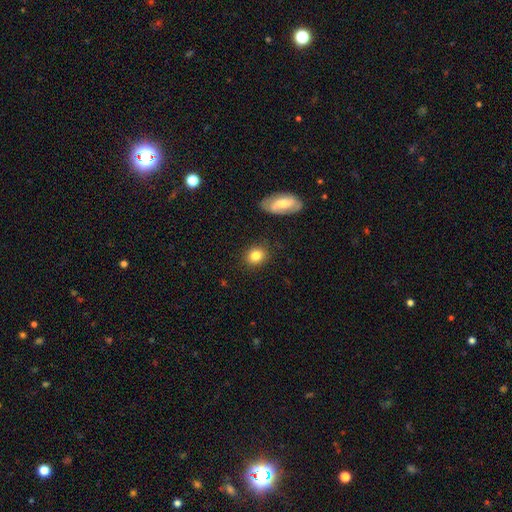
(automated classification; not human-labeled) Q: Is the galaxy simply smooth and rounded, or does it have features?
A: smooth — 83%.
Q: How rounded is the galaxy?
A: round — 64%.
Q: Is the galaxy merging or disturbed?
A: none — 86%.